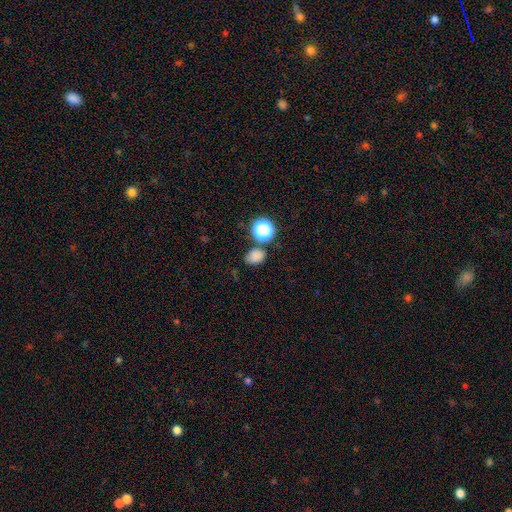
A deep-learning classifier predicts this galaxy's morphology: Overall: smooth (77%). How rounded: in between (58%; round 40%). Merging: none (69%).